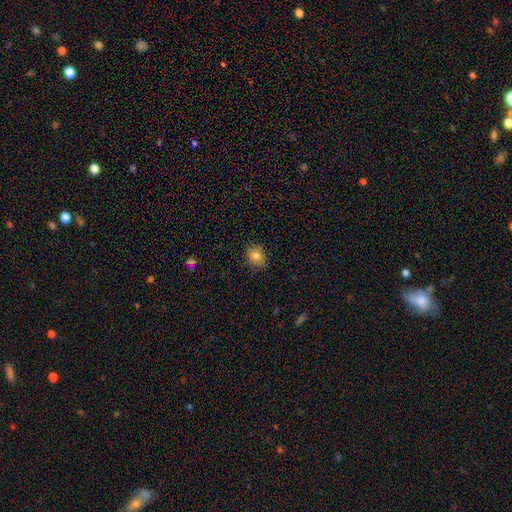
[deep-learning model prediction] smooth-or-featured: smooth: 82% | star or artifact: 11% | featured or disk: 7%
  how-rounded: round: 56% | in between: 43% | cigar-shaped: 1%
  merging: none: 86% | minor disturbance: 11% | major disturbance: 2% | merger: 1%